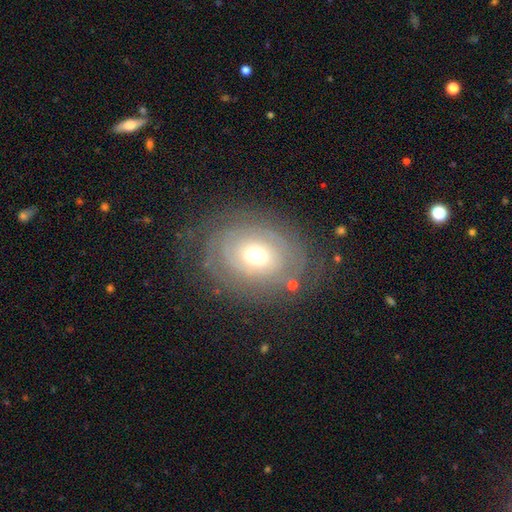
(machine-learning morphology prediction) A featured or disk galaxy (68%) with no bar (83%), spiral arms (71%) and a moderate central bulge (64%). Merging: none (73%).